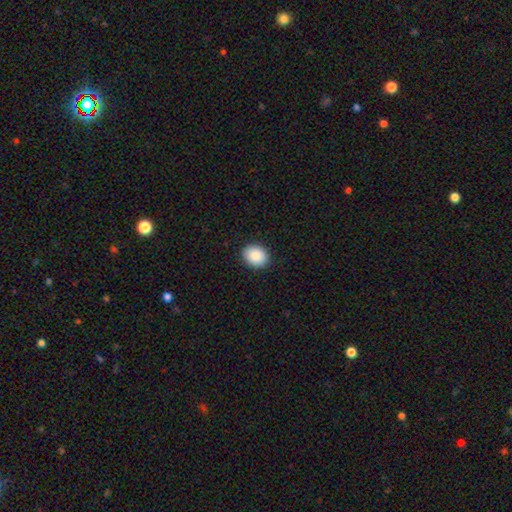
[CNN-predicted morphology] smooth-or-featured: smooth: 89% | star or artifact: 7% | featured or disk: 3%
  how-rounded: in between: 53% | round: 46% | cigar-shaped: 1%
  merging: none: 90% | minor disturbance: 7% | major disturbance: 2% | merger: 1%